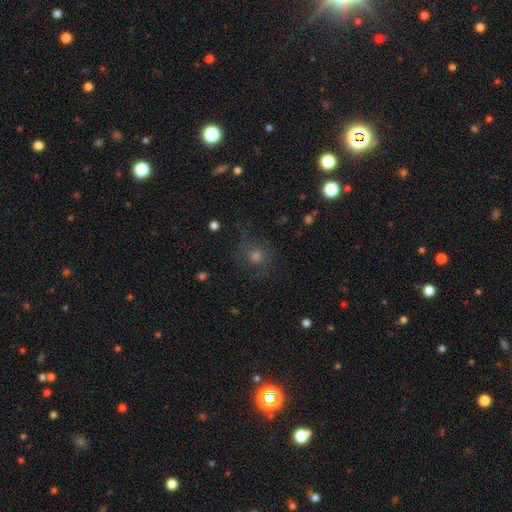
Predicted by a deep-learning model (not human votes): A smooth galaxy with no disk features (41%). Merging: none (71%).